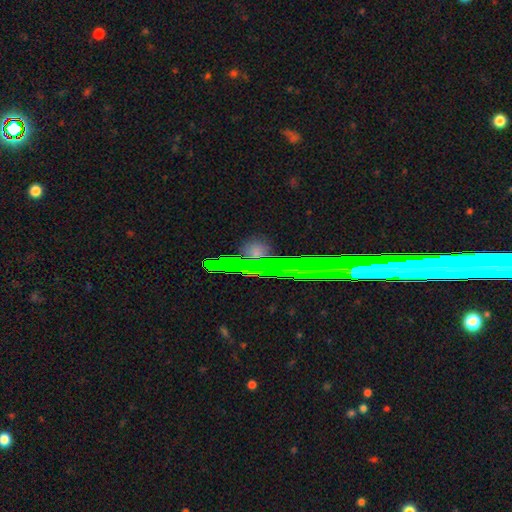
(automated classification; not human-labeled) The model was most divided on "smooth or featured": star or artifact: 56%, featured or disk: 23%, smooth: 21%.